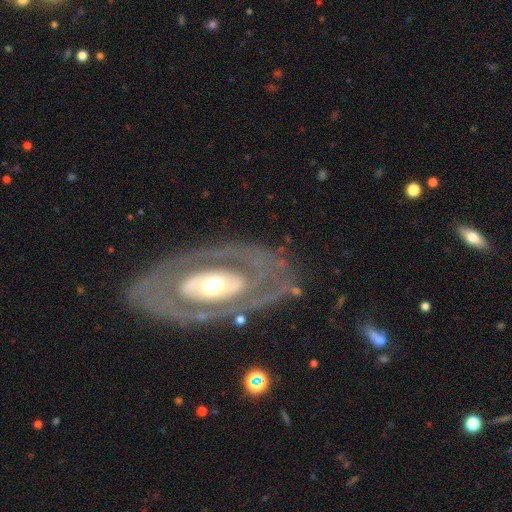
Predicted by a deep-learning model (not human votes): Smooth or featured?
  - featured or disk: 79% *
  - smooth: 15%
  - star or artifact: 5%
Edge-on disk?
  - no: 90% *
  - yes: 10%
Bar?
  - no: 68% *
  - weak: 19%
  - strong: 12%
Spiral arms?
  - no: 55% *
  - yes: 45%
Bulge size?
  - moderate: 61% *
  - small: 22%
  - large: 13%
  - dominant: 2%
  - none: 1%
Merging?
  - none: 80% *
  - minor disturbance: 12%
  - major disturbance: 7%
  - merger: 2%